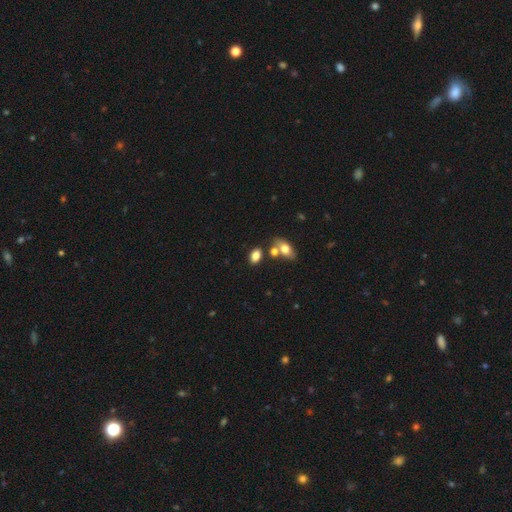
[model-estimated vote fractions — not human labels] A smooth galaxy with no disk features (81%) that is in between round and cigar-shaped (86%). Merging: none (63%).